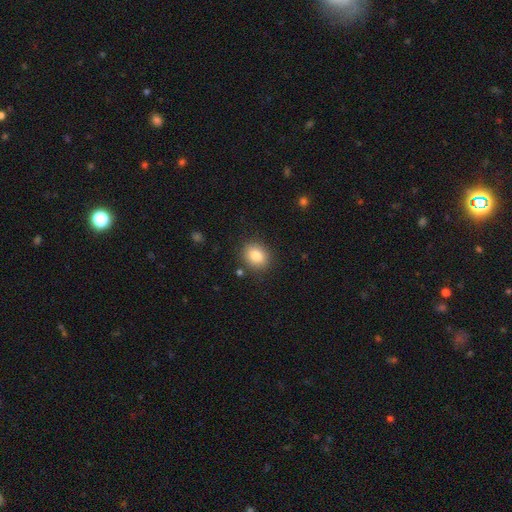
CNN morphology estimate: The model was most divided on "how rounded": in between: 51%, round: 48%, cigar-shaped: 1%. More confident: merging — none (85%); smooth or featured — smooth (84%).